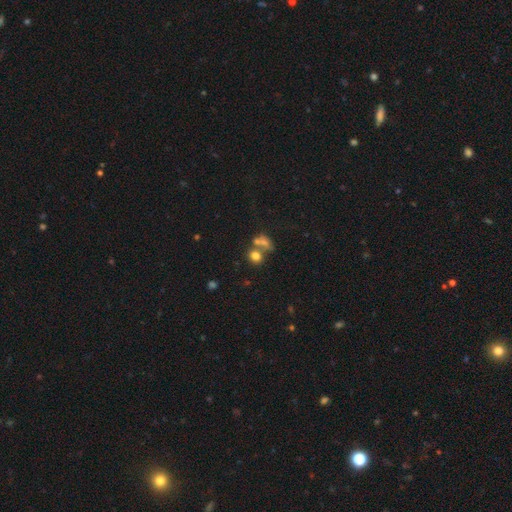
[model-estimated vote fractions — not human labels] Smooth or featured: smooth — 72% (star or artifact — 15%)
How rounded: round — 64% (in between — 34%)
Merging: none — 45% (merger — 39%)